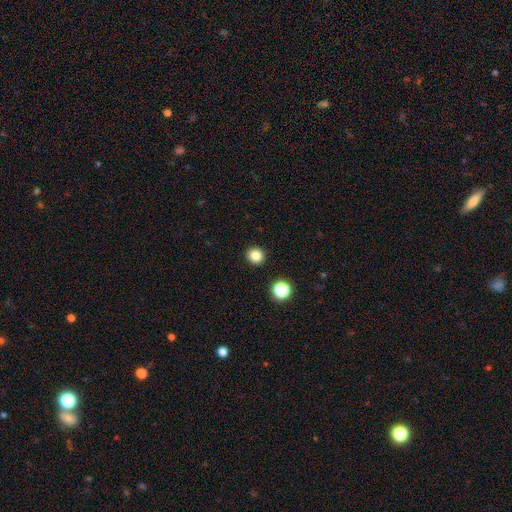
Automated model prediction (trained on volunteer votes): A smooth galaxy with no disk features (83%) that is round (93%). Merging: none (93%).